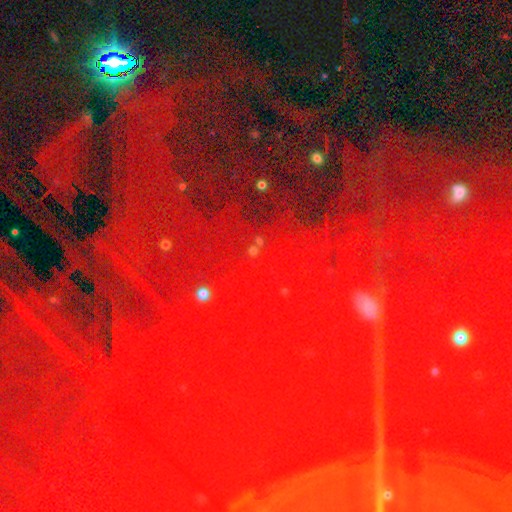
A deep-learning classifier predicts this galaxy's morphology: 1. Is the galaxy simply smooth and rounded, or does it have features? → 83% star or artifact, 9% featured or disk, 8% smooth.